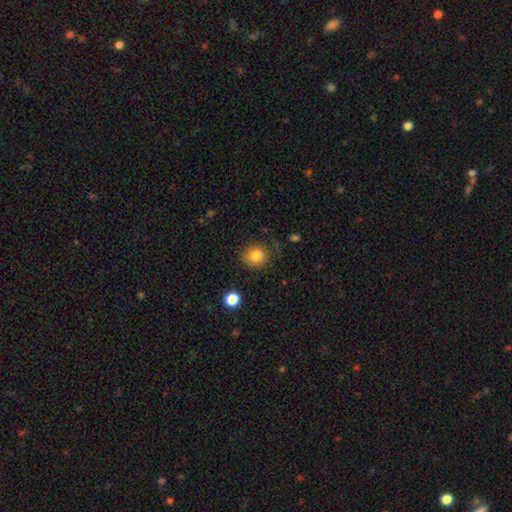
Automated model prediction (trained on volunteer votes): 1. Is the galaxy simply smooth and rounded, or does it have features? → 81% smooth, 11% star or artifact, 8% featured or disk.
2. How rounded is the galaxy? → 88% round, 11% in between, 1% cigar-shaped.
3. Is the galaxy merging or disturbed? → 76% none, 16% minor disturbance, 6% major disturbance, 2% merger.